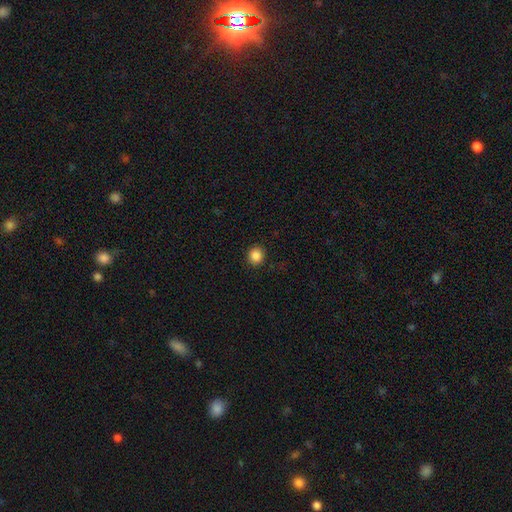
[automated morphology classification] Overall: smooth (86%). How rounded: round (89%). Merging: none (91%).